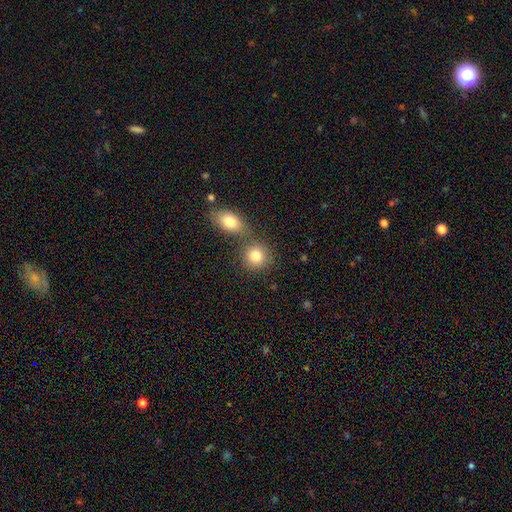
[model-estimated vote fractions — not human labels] smooth_or_featured: smooth (p=0.82) [alt: star or artifact p=0.09]
how_rounded: round (p=0.82) [alt: in between p=0.17]
merging: none (p=0.56) [alt: merger p=0.33]